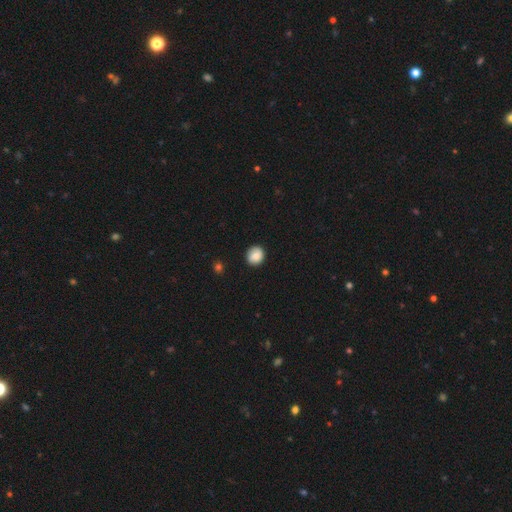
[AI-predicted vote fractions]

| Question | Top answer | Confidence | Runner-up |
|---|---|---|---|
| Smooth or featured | smooth | 83% | featured or disk (9%) |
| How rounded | round | 84% | in between (15%) |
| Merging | none | 87% | minor disturbance (10%) |